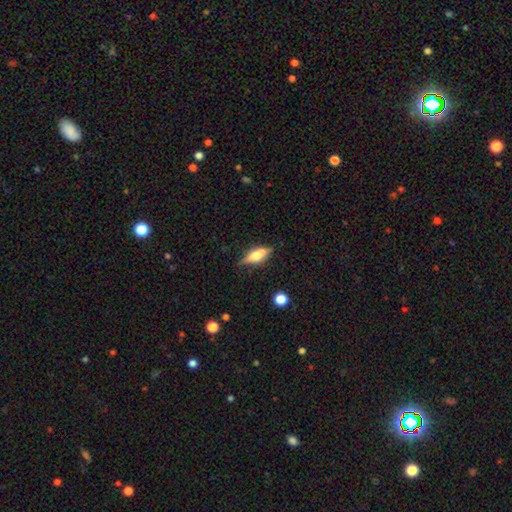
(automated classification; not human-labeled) Smooth or featured?
  - featured or disk: 47% *
  - smooth: 45%
  - star or artifact: 8%
Merging?
  - none: 59% *
  - merger: 18%
  - minor disturbance: 18%
  - major disturbance: 6%